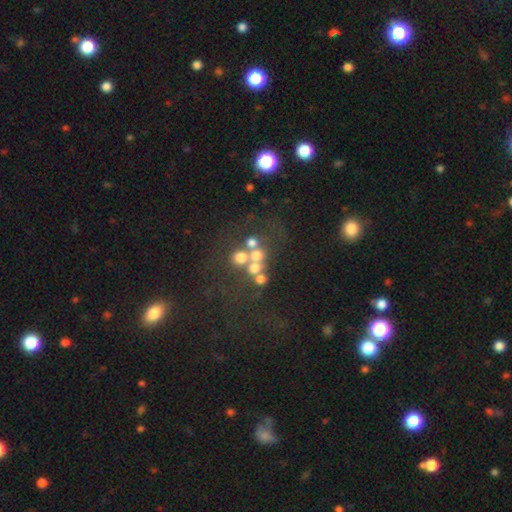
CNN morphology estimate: The model was most divided on "merging": merger: 44%, none: 40%, minor disturbance: 8%, major disturbance: 8%. Remaining: smooth or featured — smooth (49%).